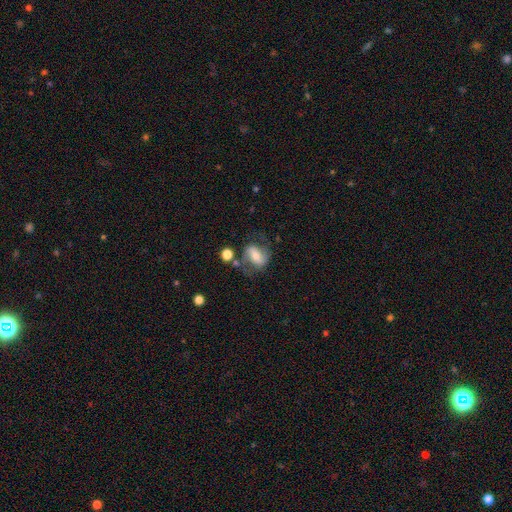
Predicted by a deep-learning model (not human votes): Smooth or featured?
  - featured or disk: 56% *
  - smooth: 35%
  - star or artifact: 9%
Edge-on disk?
  - no: 95% *
  - yes: 5%
Bar?
  - strong: 42% *
  - weak: 33%
  - no: 24%
Spiral arms?
  - yes: 78% *
  - no: 22%
Bulge size?
  - moderate: 52% *
  - small: 36%
  - large: 7%
  - none: 3%
  - dominant: 2%
Merging?
  - none: 56% *
  - minor disturbance: 20%
  - major disturbance: 16%
  - merger: 9%